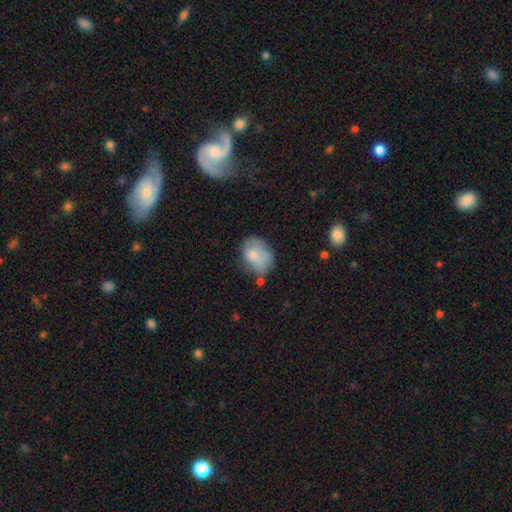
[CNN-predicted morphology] The model was most divided on "merging": none: 51%, minor disturbance: 29%, major disturbance: 11%, merger: 8%. More confident: how rounded — in between (75%); smooth or featured — smooth (75%).